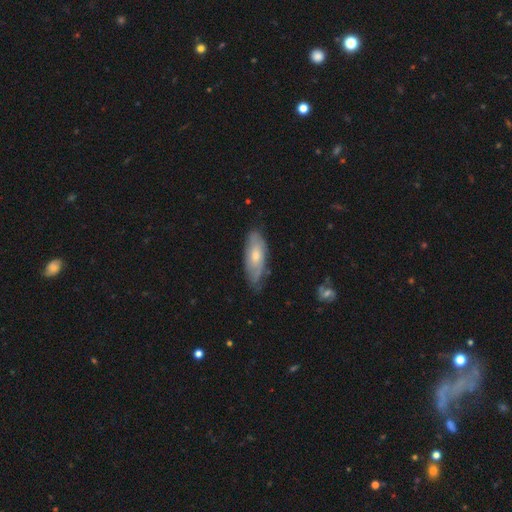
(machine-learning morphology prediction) The model was most divided on "smooth or featured": featured or disk: 48%, smooth: 46%, star or artifact: 6%. More confident: merging — none (65%).